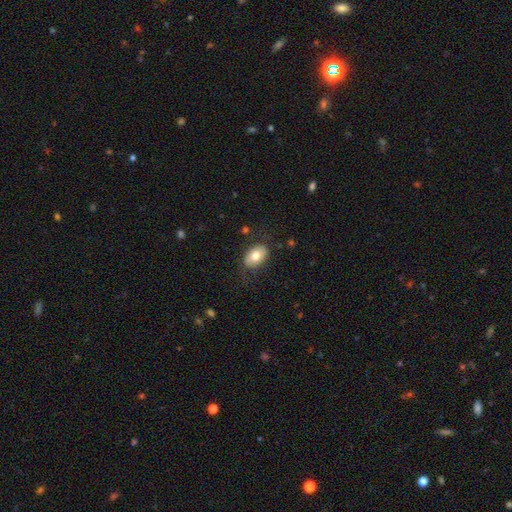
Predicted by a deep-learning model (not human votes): smooth 73%, featured or disk 20%, star or artifact 7%. Down the decision tree: how rounded — in between (88%); merging — none (78%).